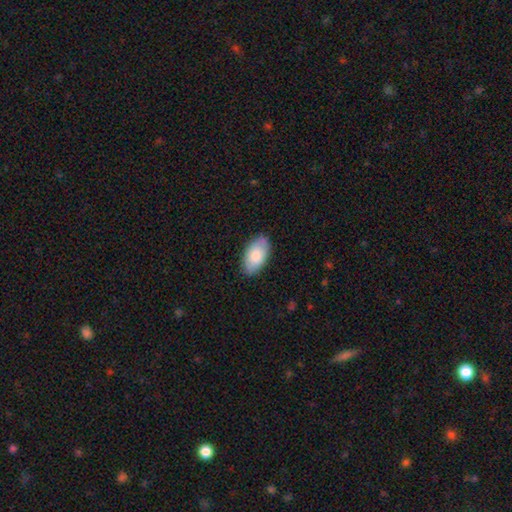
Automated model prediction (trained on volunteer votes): smooth-or-featured: smooth: 81% | featured or disk: 14% | star or artifact: 6%
  how-rounded: in between: 95% | round: 3% | cigar-shaped: 2%
  merging: none: 85% | minor disturbance: 12% | major disturbance: 2% | merger: 1%